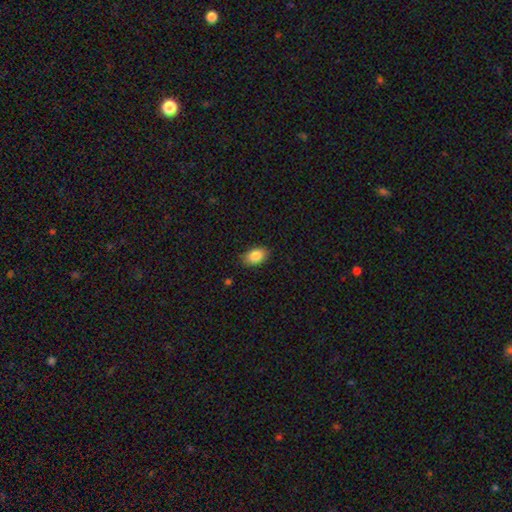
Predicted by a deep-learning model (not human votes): Smooth or featured?
  - smooth: 86% *
  - star or artifact: 8%
  - featured or disk: 7%
How rounded?
  - in between: 87% *
  - round: 12%
  - cigar-shaped: 1%
Merging?
  - none: 85% *
  - minor disturbance: 12%
  - major disturbance: 2%
  - merger: 1%